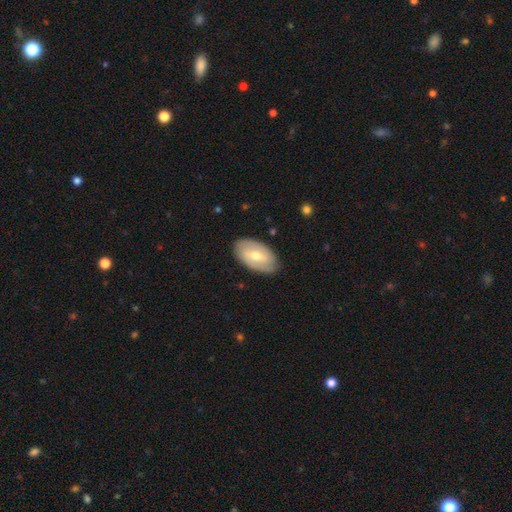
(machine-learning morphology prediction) featured or disk 54%, smooth 40%, star or artifact 5%. Down the decision tree: edge-on disk — no (92%); merging — none (85%).